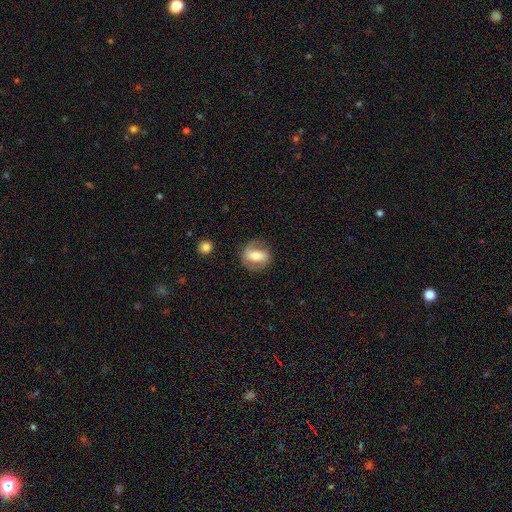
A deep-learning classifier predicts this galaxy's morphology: A featured or disk galaxy (47%).

Vote fractions:
- Smooth or featured? featured or disk: 47% / smooth: 45% / star or artifact: 7%
- Merging? none: 74% / minor disturbance: 16% / major disturbance: 8% / merger: 2%